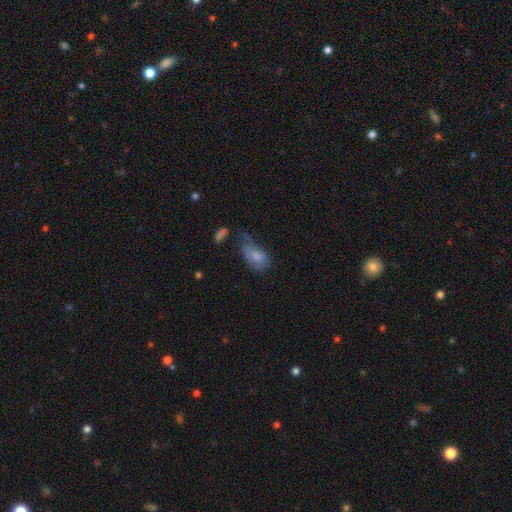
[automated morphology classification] This is likely a smooth galaxy (75%). How rounded: clearly in between (91%). Merging: marginally minor disturbance (33%).